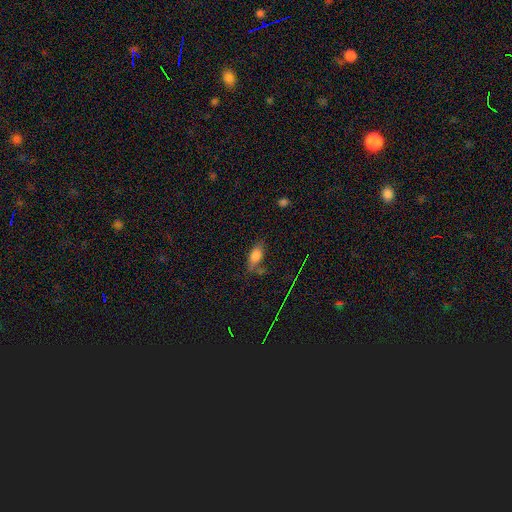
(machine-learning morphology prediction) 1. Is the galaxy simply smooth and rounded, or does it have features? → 75% smooth, 13% star or artifact, 11% featured or disk.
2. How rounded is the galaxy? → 86% in between, 9% cigar-shaped, 6% round.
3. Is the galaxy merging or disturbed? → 56% none, 26% minor disturbance, 10% major disturbance, 8% merger.